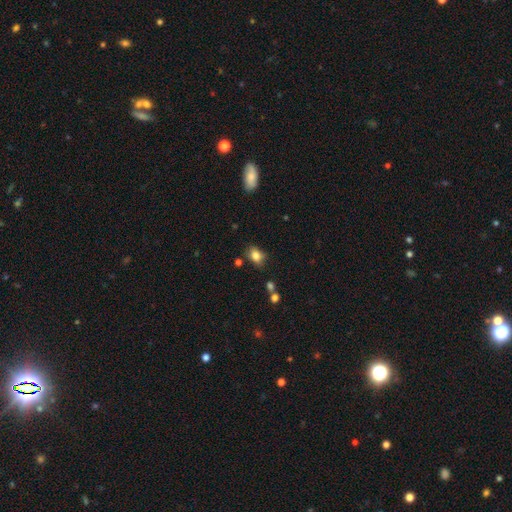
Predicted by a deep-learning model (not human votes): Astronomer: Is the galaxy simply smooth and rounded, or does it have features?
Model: smooth — 82%.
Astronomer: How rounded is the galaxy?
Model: in between — 76%.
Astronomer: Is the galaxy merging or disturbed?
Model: none — 72%.